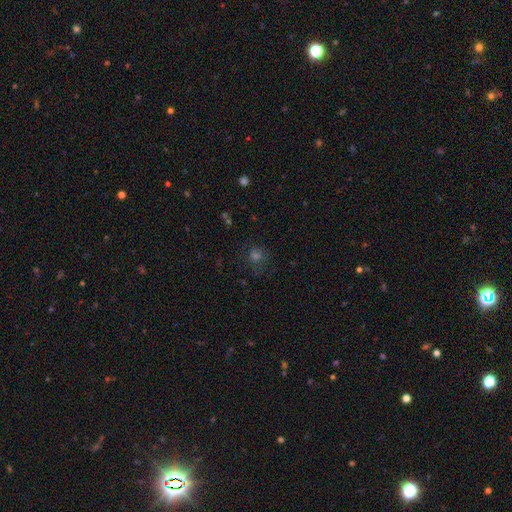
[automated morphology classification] A smooth galaxy with no disk features (53%) that is round (86%). Merging: none (78%).